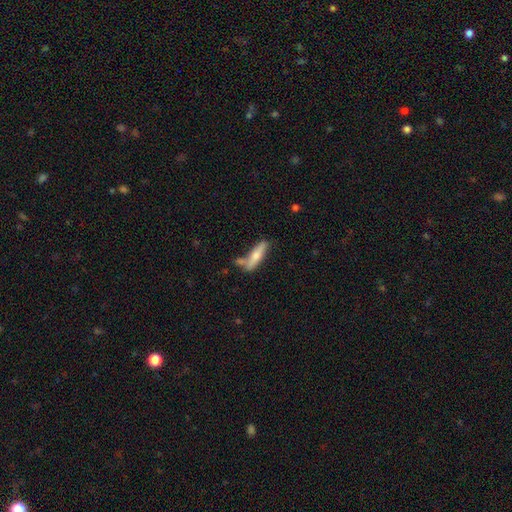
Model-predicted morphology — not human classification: Smooth or featured: smooth — 59% (featured or disk — 35%)
How rounded: cigar-shaped — 73% (in between — 25%)
Merging: none — 59% (minor disturbance — 20%)